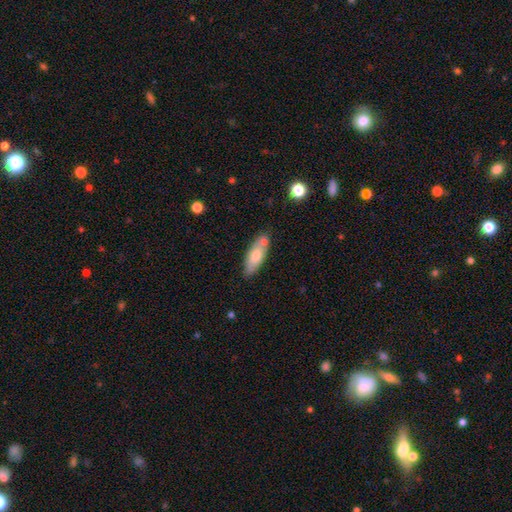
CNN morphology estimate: The model was most divided on "how rounded": in between: 62%, cigar-shaped: 36%, round: 2%. More confident: smooth or featured — smooth (69%); merging — none (66%).